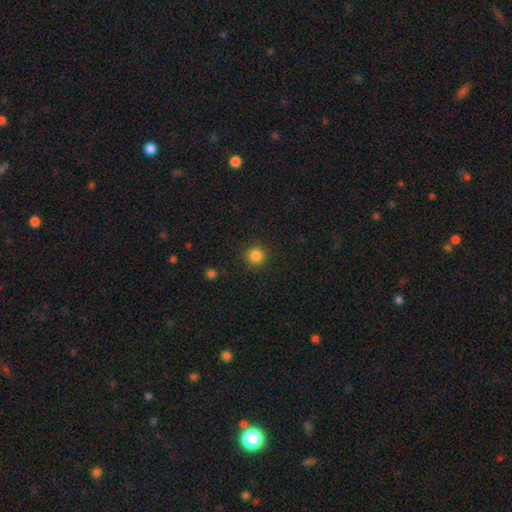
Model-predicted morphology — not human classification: Q: Smooth or featured?
A: smooth (85%); runner-up: star or artifact (11%)
Q: How rounded?
A: round (95%); runner-up: in between (4%)
Q: Merging?
A: none (91%); runner-up: minor disturbance (6%)